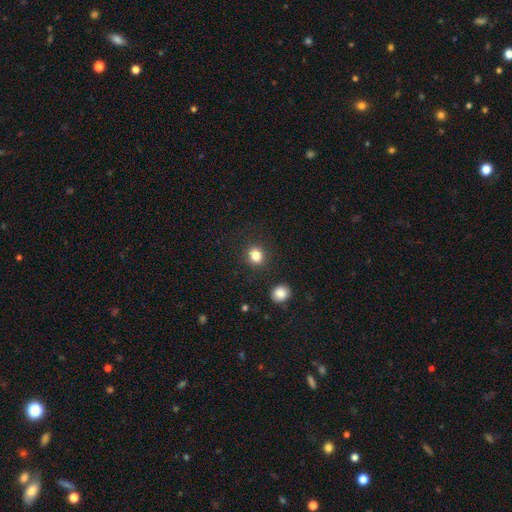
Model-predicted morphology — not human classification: Smooth or featured: smooth — 83% (star or artifact — 12%)
How rounded: round — 68% (in between — 31%)
Merging: none — 86% (minor disturbance — 8%)